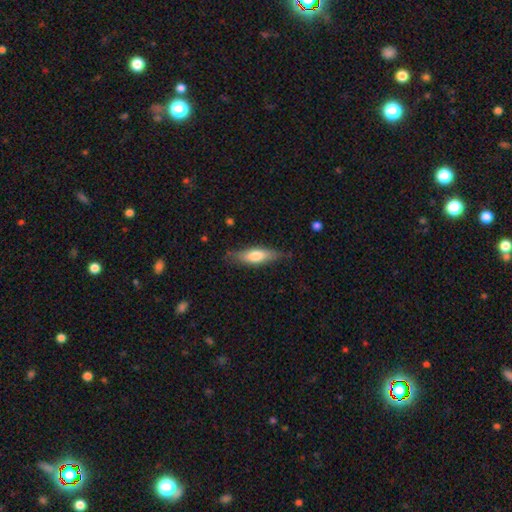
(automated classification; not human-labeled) smooth_or_featured: smooth (p=0.66) [alt: featured or disk p=0.28]
how_rounded: in between (p=0.50) [alt: cigar-shaped p=0.48]
merging: none (p=0.78) [alt: minor disturbance p=0.17]